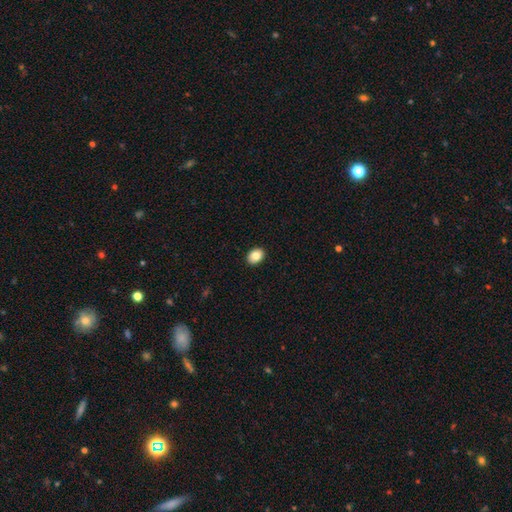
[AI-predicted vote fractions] Smooth or featured? smooth (83%)
How rounded? in between (69%)
Merging? none (91%)